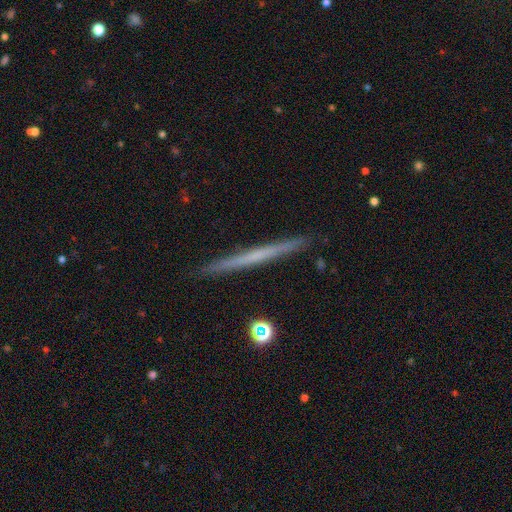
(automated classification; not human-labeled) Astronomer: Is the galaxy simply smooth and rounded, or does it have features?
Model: featured or disk — 53% (runner-up: smooth, 41%).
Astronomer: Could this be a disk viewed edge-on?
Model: yes — 97%.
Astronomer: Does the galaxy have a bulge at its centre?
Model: none — 91%.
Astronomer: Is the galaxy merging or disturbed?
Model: none — 92%.